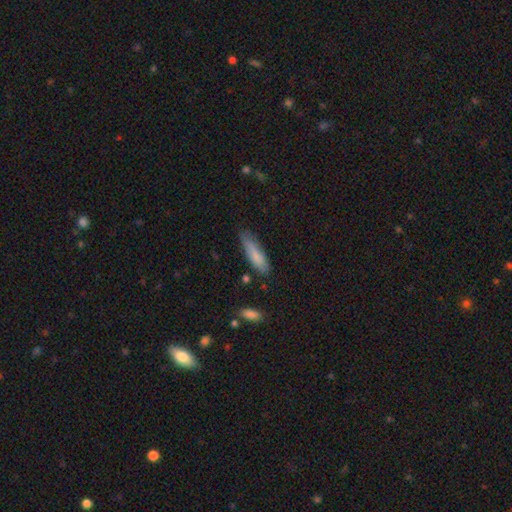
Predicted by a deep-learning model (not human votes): Smooth or featured: smooth — 79% (featured or disk — 14%)
How rounded: cigar-shaped — 64% (in between — 35%)
Merging: none — 70% (minor disturbance — 24%)